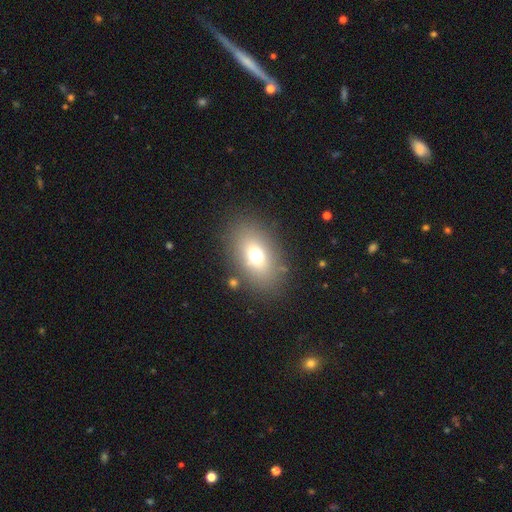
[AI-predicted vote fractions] Overall: smooth (69%). How rounded: in between (81%). Merging: none (83%).